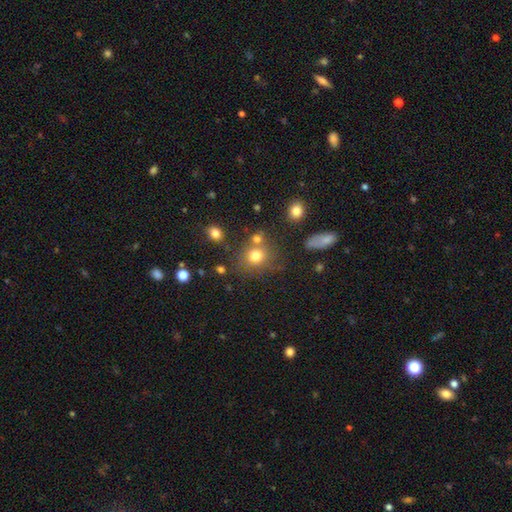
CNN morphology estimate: A smooth galaxy with no disk features (76%) that is round (80%). Merging: none (64%).